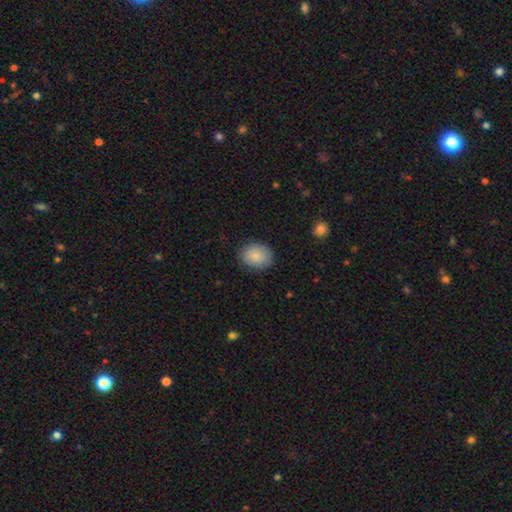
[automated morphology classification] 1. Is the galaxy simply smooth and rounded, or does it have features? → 87% smooth, 7% star or artifact, 7% featured or disk.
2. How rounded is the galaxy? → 51% in between, 48% round, 1% cigar-shaped.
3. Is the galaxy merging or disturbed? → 85% none, 11% minor disturbance, 3% major disturbance, 1% merger.